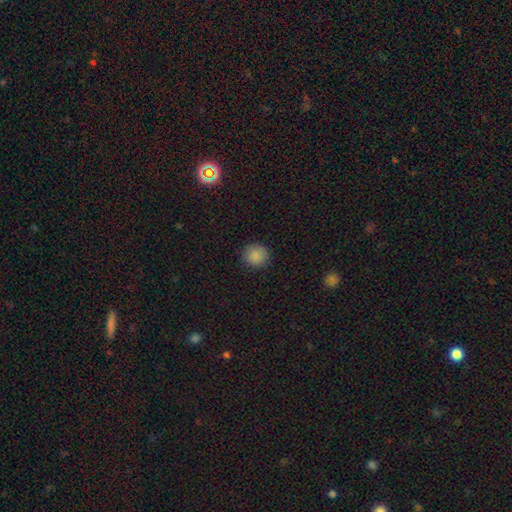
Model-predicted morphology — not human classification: type=smooth (87%); roundness=round (92%); merging=none (89%).